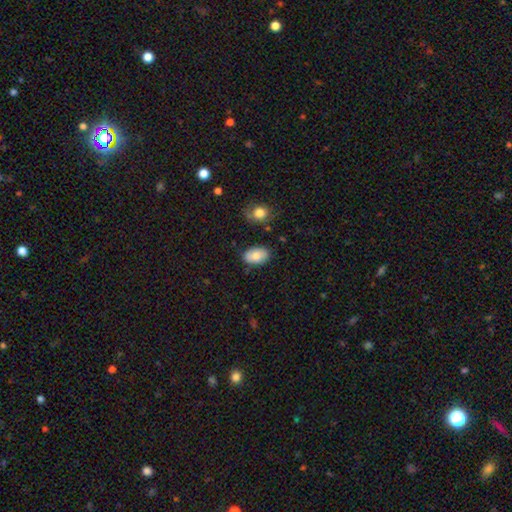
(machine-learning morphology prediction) This appears to be a smooth galaxy with no disk features (80%) that is in between round and cigar-shaped (90%). Merging: none (79%).